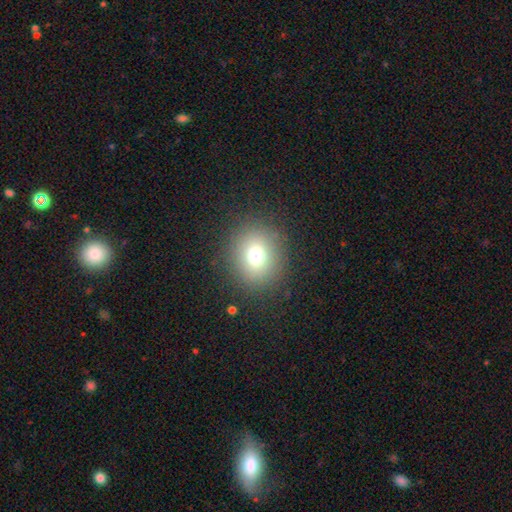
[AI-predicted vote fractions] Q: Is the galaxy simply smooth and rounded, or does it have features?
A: smooth — 74%.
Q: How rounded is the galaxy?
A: round — 82%.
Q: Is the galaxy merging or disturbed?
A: none — 87%.